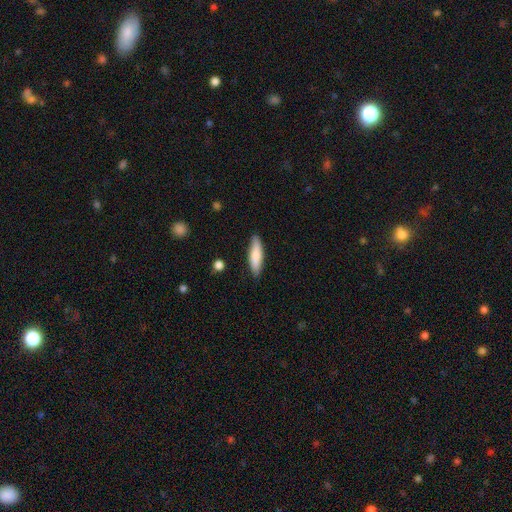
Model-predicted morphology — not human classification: Smooth or featured?
  - smooth: 78% *
  - featured or disk: 17%
  - star or artifact: 6%
How rounded?
  - cigar-shaped: 66% *
  - in between: 32%
  - round: 2%
Merging?
  - none: 85% *
  - minor disturbance: 11%
  - major disturbance: 2%
  - merger: 1%